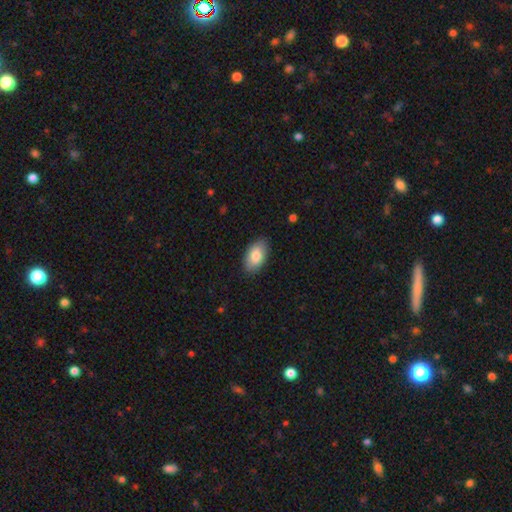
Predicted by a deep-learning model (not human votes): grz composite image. It shows a smooth galaxy with no disk features (83%) that is in between round and cigar-shaped (94%). Merging: none (86%).